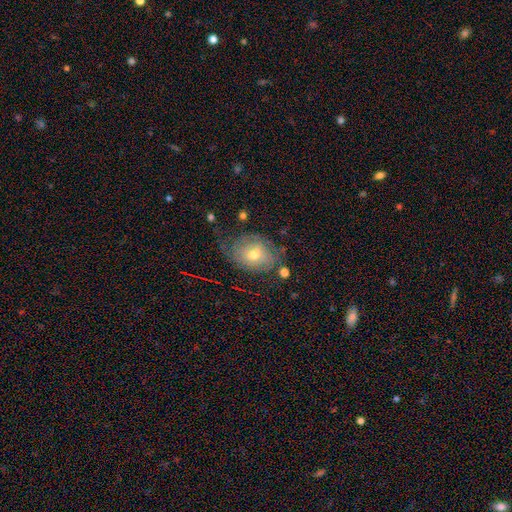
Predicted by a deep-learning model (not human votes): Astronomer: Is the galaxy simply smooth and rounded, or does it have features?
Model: featured or disk — 50% (runner-up: smooth, 34%).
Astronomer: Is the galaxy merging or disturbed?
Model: none — 56%.